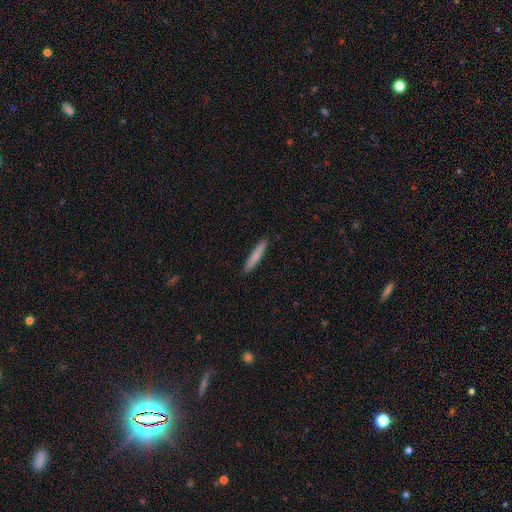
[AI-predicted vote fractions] smooth-or-featured: smooth: 80% | featured or disk: 14% | star or artifact: 6%
  how-rounded: cigar-shaped: 93% | in between: 5% | round: 1%
  merging: none: 91% | minor disturbance: 7% | major disturbance: 1% | merger: 1%